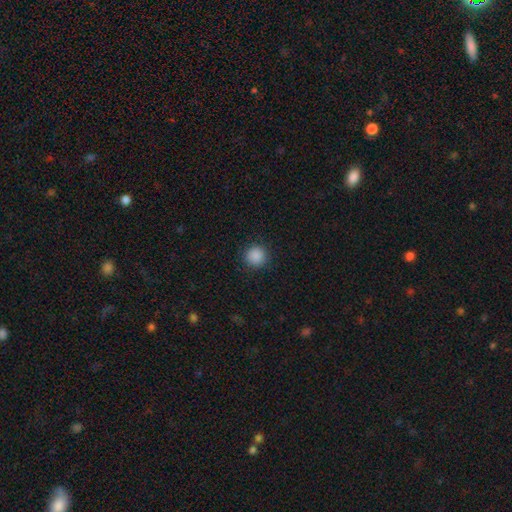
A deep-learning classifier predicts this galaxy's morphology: This appears to be a smooth galaxy with no disk features (88%) that is round (94%). Merging: none (91%).